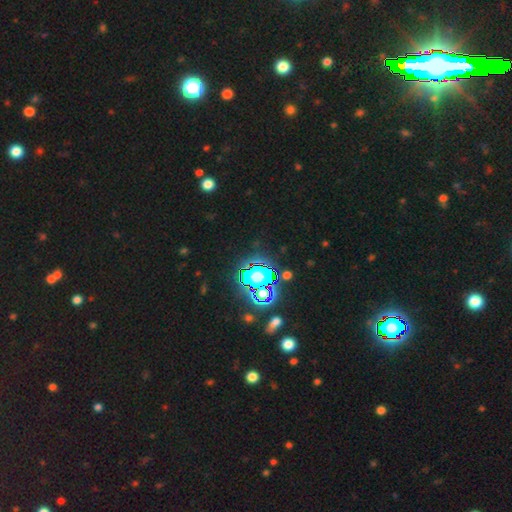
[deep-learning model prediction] Smooth or featured: star or artifact — 82% (smooth — 11%)